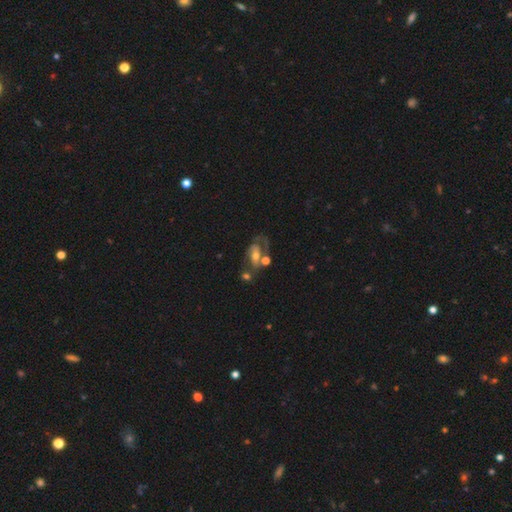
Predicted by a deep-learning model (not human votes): This appears to be a featured or disk galaxy (66%) with no bar (50%), spiral arms (75%) and a moderate central bulge (57%). Merging: none (37%).